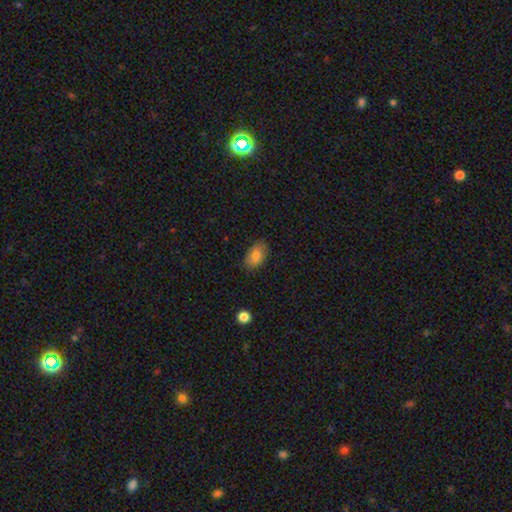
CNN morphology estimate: A smooth galaxy with no disk features (81%) that is in between round and cigar-shaped (90%).

Vote fractions:
- Smooth or featured? smooth: 81% / featured or disk: 11% / star or artifact: 8%
- How rounded? in between: 90% / round: 9% / cigar-shaped: 1%
- Merging? none: 81% / minor disturbance: 15% / major disturbance: 3% / merger: 1%